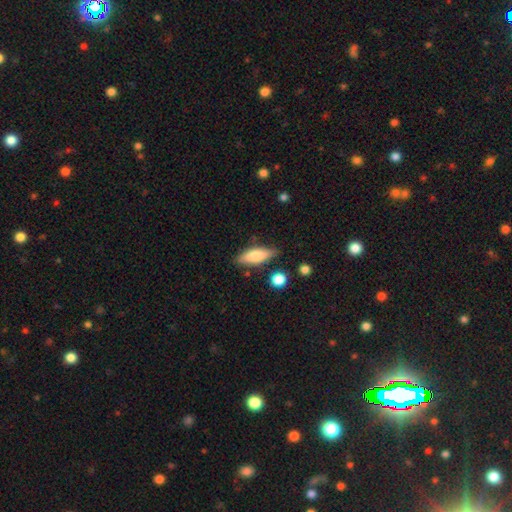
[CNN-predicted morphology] type=smooth (73%); roundness=in between (58%); merging=none (79%).